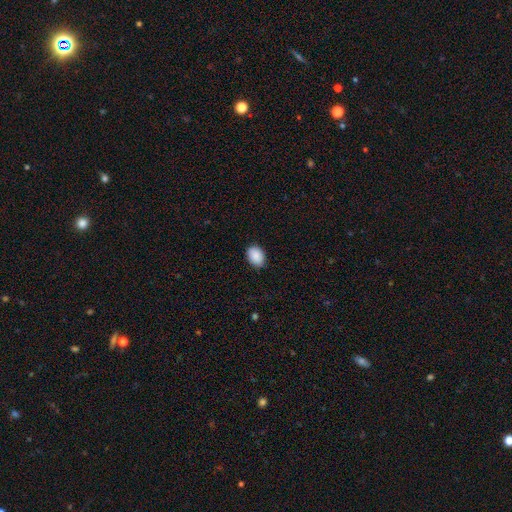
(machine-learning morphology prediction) Smooth or featured?
  - smooth: 90% *
  - star or artifact: 7%
  - featured or disk: 3%
How rounded?
  - in between: 79% *
  - round: 20%
  - cigar-shaped: 1%
Merging?
  - none: 87% *
  - minor disturbance: 10%
  - major disturbance: 2%
  - merger: 1%